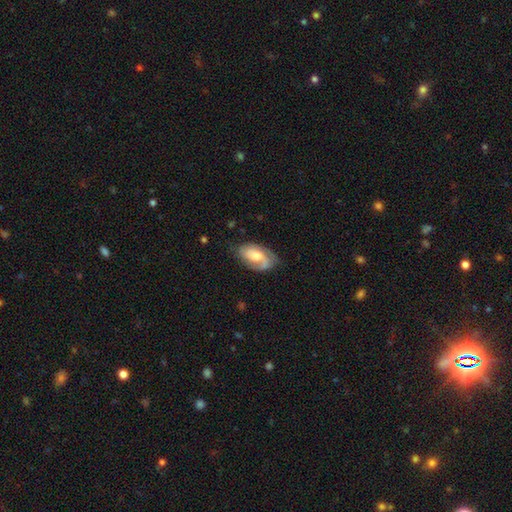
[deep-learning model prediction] Smooth or featured? Predicted: featured or disk (p=0.64). Edge-on disk? Predicted: no (p=0.95). Bar? Predicted: no (p=0.63). Spiral arms? Predicted: yes (p=0.90). Spiral winding? Predicted: tight (p=0.40). Spiral arm count? Predicted: 2 (p=0.43). Bulge size? Predicted: moderate (p=0.49). Merging? Predicted: none (p=0.63).